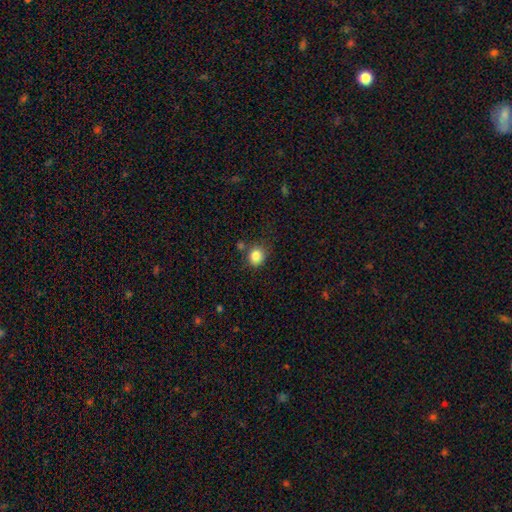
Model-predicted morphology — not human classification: smooth_or_featured: smooth (p=0.84) [alt: star or artifact p=0.10]
how_rounded: round (p=0.77) [alt: in between p=0.23]
merging: none (p=0.73) [alt: minor disturbance p=0.15]